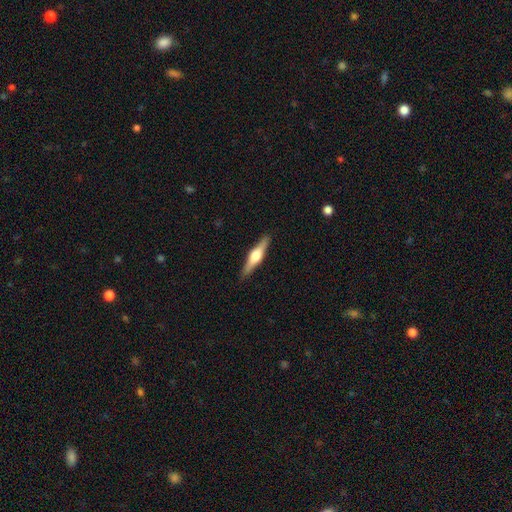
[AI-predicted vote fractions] A featured or disk galaxy (65%) viewed edge-on (97%) with a rounded central bulge (93%). Merging: none (90%).